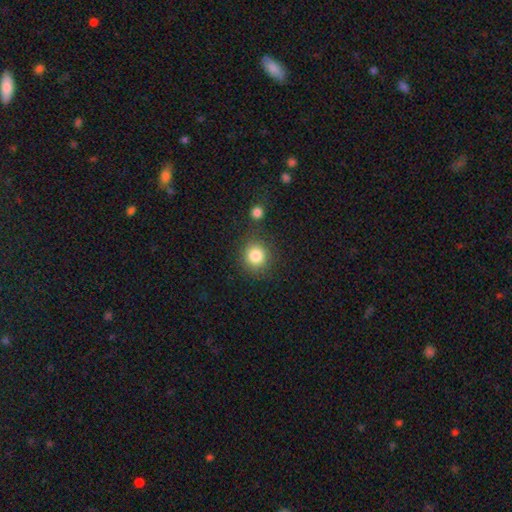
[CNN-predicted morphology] The model was most divided on "merging": none: 80%, minor disturbance: 9%, merger: 7%, major disturbance: 4%. More confident: how rounded — round (88%); smooth or featured — smooth (84%).